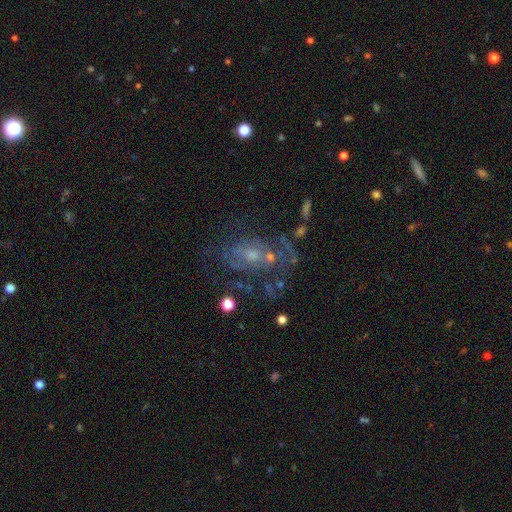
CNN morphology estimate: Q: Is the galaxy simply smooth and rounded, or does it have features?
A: featured or disk — 63%.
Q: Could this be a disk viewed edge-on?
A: no — 95%.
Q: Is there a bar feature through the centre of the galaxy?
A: no — 69%.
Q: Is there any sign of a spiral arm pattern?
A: yes — 60%.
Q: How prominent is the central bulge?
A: small — 56%.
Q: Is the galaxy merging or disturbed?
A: none — 47%.